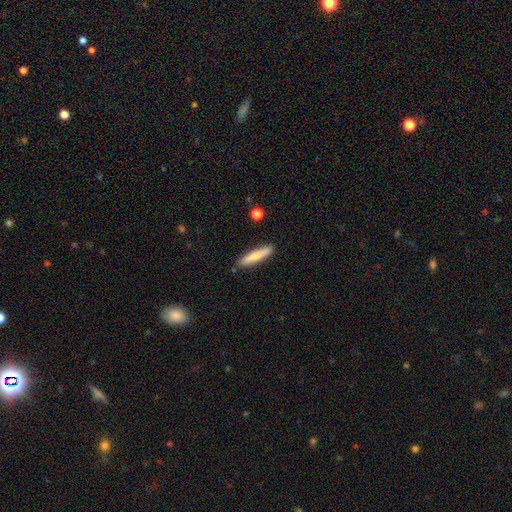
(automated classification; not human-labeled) Smooth or featured? smooth (72%)
How rounded? cigar-shaped (88%)
Merging? none (86%)